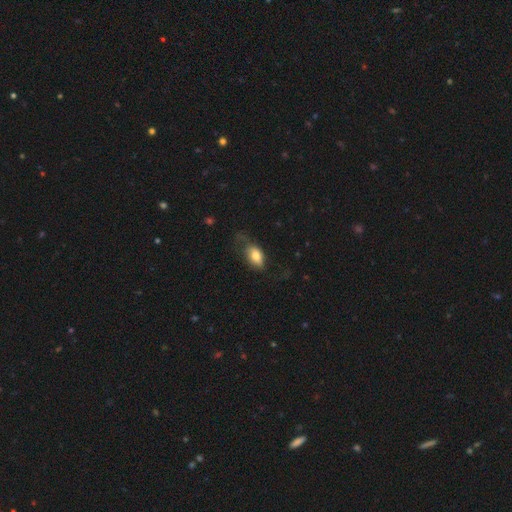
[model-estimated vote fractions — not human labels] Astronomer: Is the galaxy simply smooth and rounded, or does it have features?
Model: smooth — 73%.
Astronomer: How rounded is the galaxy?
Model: in between — 90%.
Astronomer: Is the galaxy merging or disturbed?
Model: none — 39% (runner-up: minor disturbance, 30%).